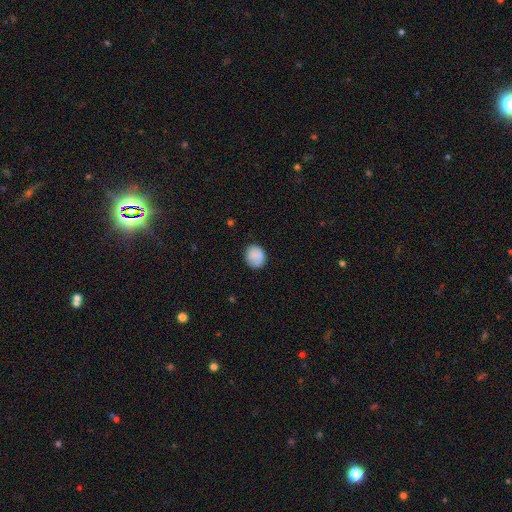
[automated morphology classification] Smooth or featured? Predicted: smooth (p=0.85). How rounded? Predicted: round (p=0.69). Merging? Predicted: none (p=0.83).